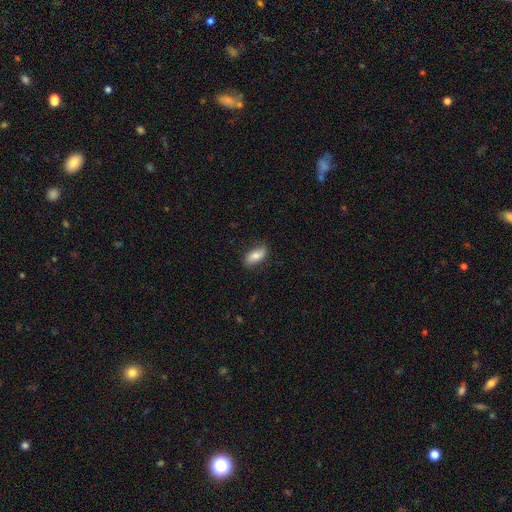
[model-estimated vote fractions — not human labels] Smooth or featured? smooth (76%)
How rounded? in between (87%)
Merging? none (81%)